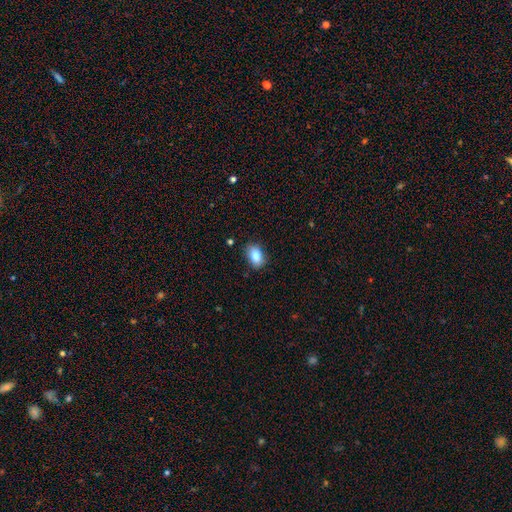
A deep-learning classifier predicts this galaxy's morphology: smooth 84%, star or artifact 8%, featured or disk 8%. Down the decision tree: how rounded — in between (85%); merging — none (83%).